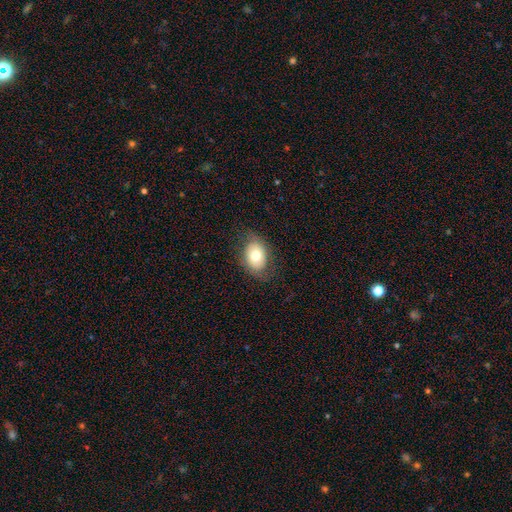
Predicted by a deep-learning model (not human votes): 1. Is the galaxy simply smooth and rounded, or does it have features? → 68% smooth, 23% featured or disk, 9% star or artifact.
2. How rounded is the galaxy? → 73% in between, 26% round, 1% cigar-shaped.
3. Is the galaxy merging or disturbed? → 74% none, 17% minor disturbance, 7% major disturbance, 1% merger.